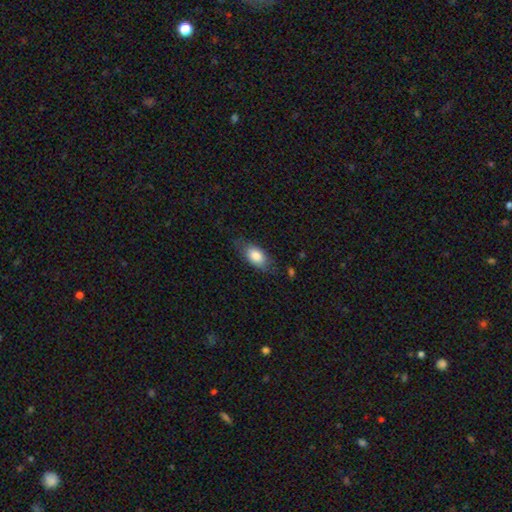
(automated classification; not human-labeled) A smooth galaxy with no disk features (80%) that is in between round and cigar-shaped (89%).

Vote fractions:
- Smooth or featured? smooth: 80% / featured or disk: 14% / star or artifact: 6%
- How rounded? in between: 89% / cigar-shaped: 5% / round: 5%
- Merging? none: 69% / minor disturbance: 23% / major disturbance: 7% / merger: 2%